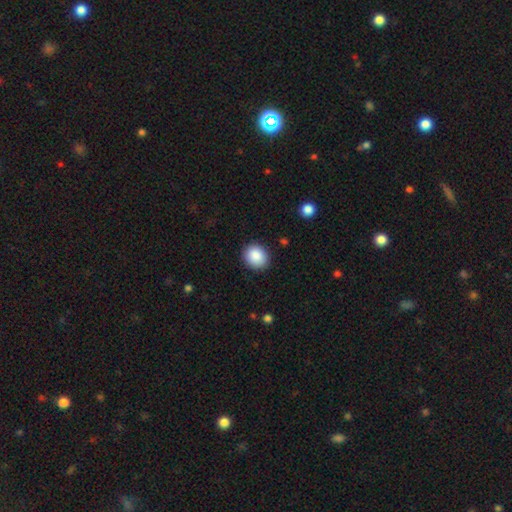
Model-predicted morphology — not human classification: Smooth or featured? Predicted: smooth (p=0.88). How rounded? Predicted: round (p=0.71). Merging? Predicted: none (p=0.89).